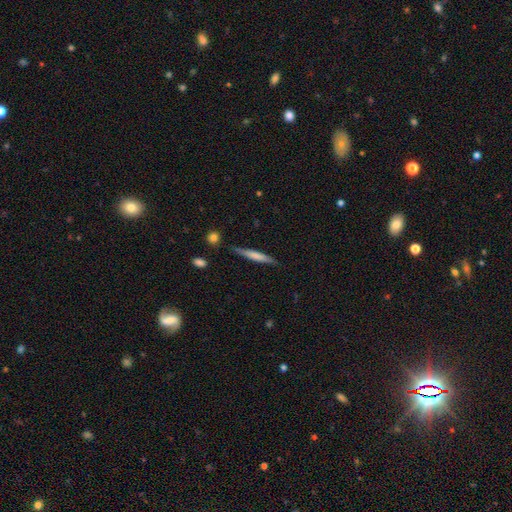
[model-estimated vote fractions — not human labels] smooth 60%, featured or disk 35%, star or artifact 6%. Down the decision tree: how rounded — cigar-shaped (93%); merging — none (83%).